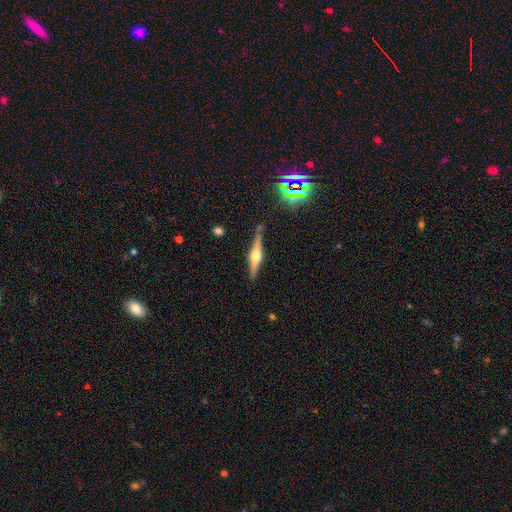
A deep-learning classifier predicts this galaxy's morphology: This is likely a featured or disk galaxy (76%). It is clearly viewed edge-on (98%). Edge-on bulge: clearly rounded (92%). Merging: clearly none (85%).